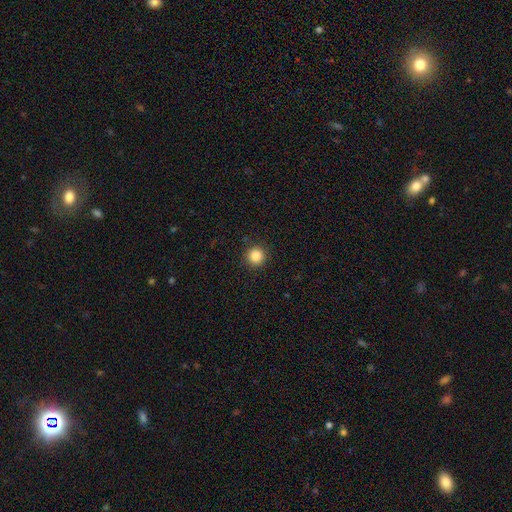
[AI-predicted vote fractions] Smooth or featured?
  - smooth: 85% *
  - star or artifact: 11%
  - featured or disk: 4%
How rounded?
  - round: 96% *
  - in between: 4%
  - cigar-shaped: 1%
Merging?
  - none: 92% *
  - minor disturbance: 5%
  - major disturbance: 2%
  - merger: 1%